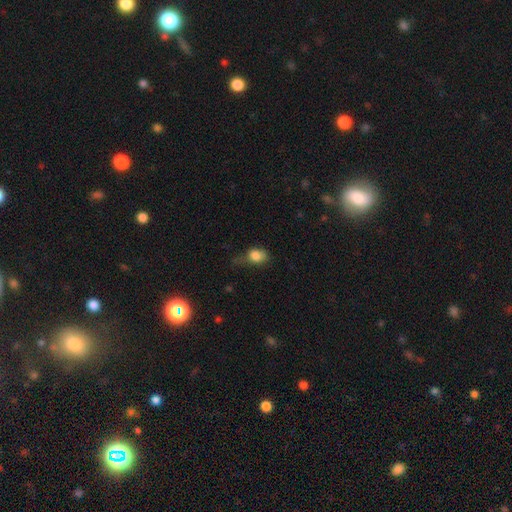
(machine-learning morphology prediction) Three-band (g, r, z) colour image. It shows a smooth galaxy with no disk features (82%) that is in between round and cigar-shaped (65%). Merging: minor disturbance (38%).